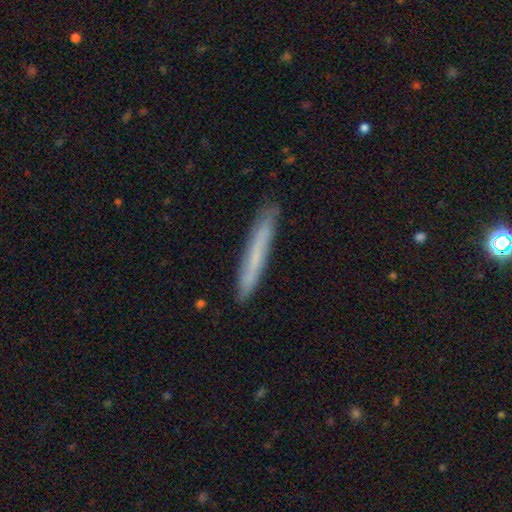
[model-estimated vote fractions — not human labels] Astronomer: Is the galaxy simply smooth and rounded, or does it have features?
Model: smooth — 60%.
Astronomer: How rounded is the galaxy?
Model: cigar-shaped — 96%.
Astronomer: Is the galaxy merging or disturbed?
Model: none — 87%.